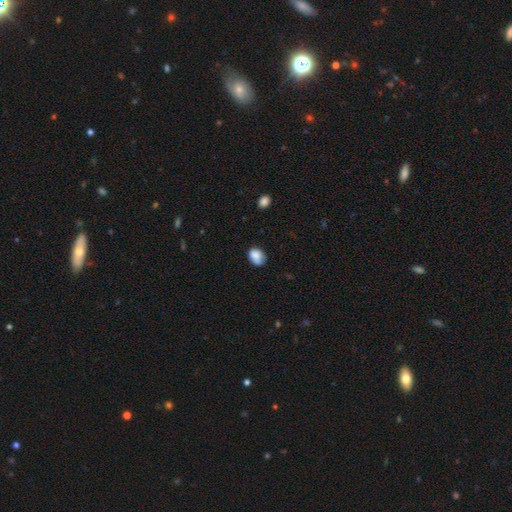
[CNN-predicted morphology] A smooth galaxy with no disk features (78%) that is in between round and cigar-shaped (60%). Merging: none (52%).